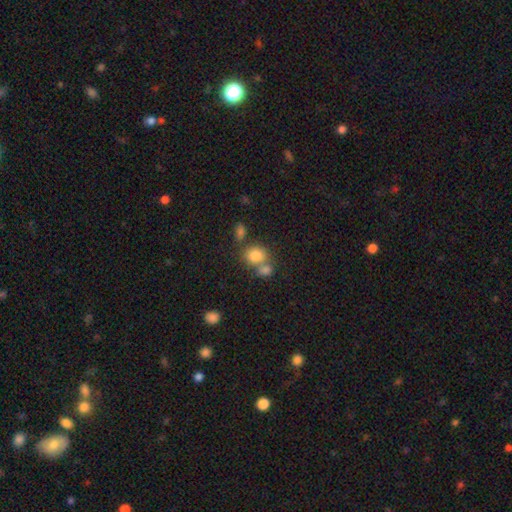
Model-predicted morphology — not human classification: Smooth or featured? Predicted: smooth (p=0.81). How rounded? Predicted: round (p=0.64). Merging? Predicted: none (p=0.45).